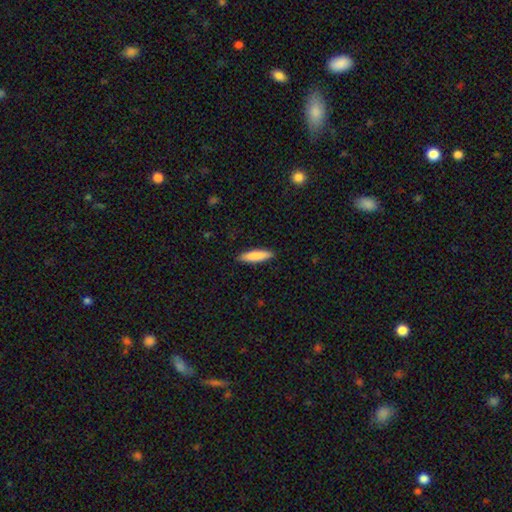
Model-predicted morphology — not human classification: Overall: smooth (85%). How rounded: cigar-shaped (77%). Merging: none (90%).